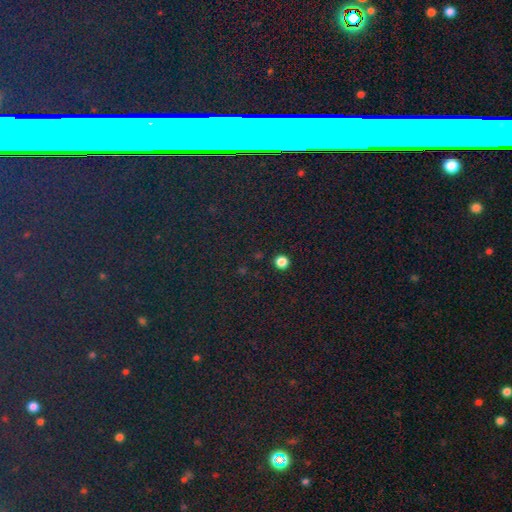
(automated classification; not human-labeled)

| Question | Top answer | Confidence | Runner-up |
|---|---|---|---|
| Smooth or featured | star or artifact | 79% | smooth (11%) |